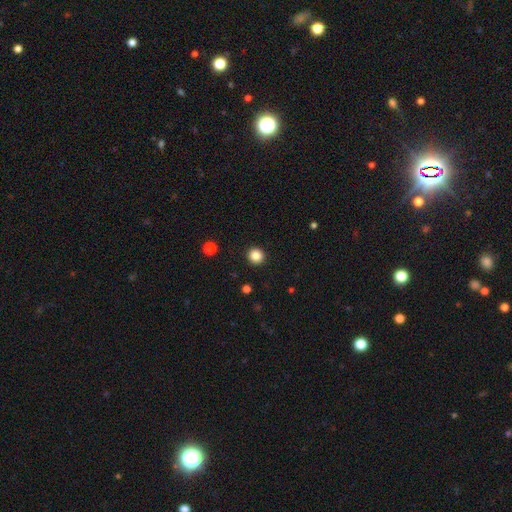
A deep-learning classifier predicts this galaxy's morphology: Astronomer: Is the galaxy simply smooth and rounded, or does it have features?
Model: smooth — 84%.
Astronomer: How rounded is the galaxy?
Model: round — 94%.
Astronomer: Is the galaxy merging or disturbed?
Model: none — 93%.